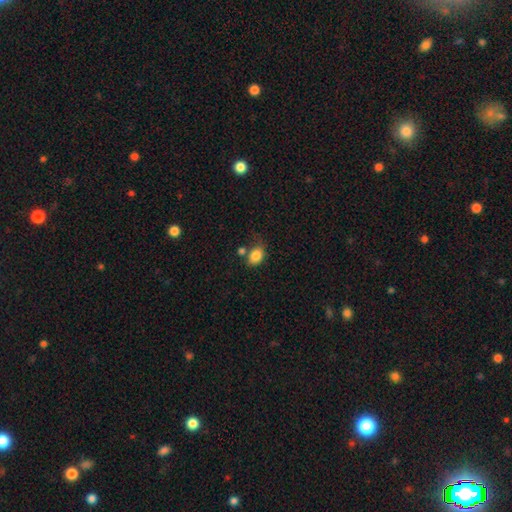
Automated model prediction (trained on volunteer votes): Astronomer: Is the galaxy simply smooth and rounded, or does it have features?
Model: smooth — 84%.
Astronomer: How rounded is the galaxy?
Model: in between — 69%.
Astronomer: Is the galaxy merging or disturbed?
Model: none — 54%.